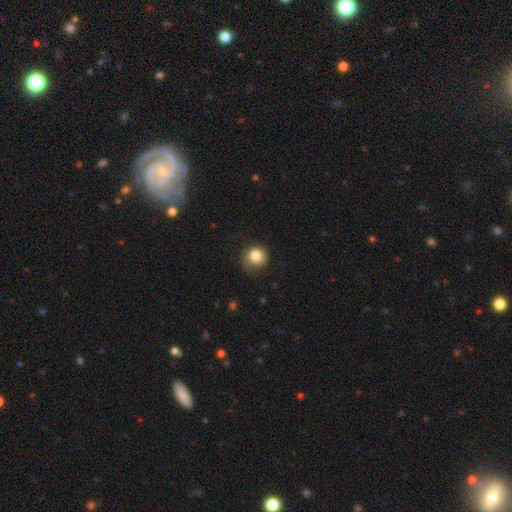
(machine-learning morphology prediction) type=smooth (83%); roundness=round (87%); merging=none (69%).